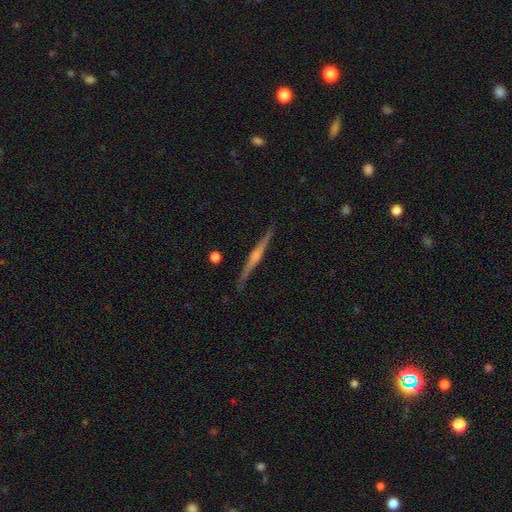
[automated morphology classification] The model was most divided on "edge-on bulge": rounded: 77%, none: 13%, boxy: 10%. More confident: edge-on disk — yes (98%); merging — none (89%); smooth or featured — featured or disk (79%).